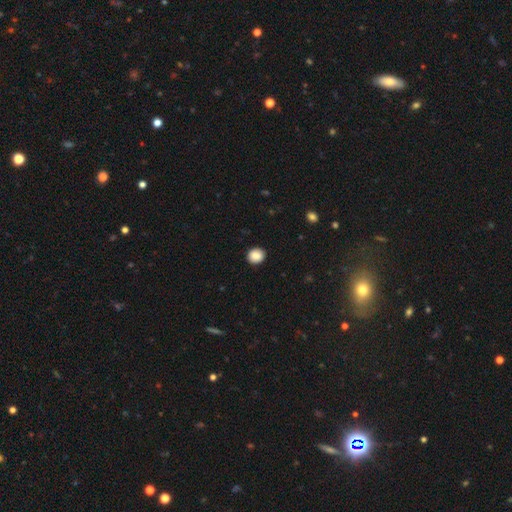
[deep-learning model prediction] Smooth or featured: smooth — 87% (star or artifact — 9%)
How rounded: round — 76% (in between — 23%)
Merging: none — 92% (minor disturbance — 6%)